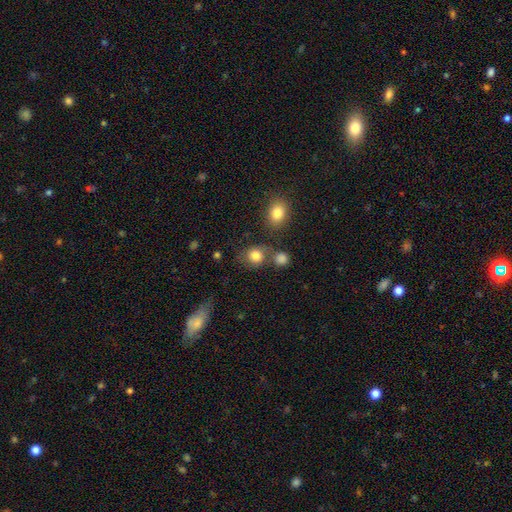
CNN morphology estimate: This appears to be a smooth galaxy with no disk features (82%) that is round (76%). Merging: none (64%).